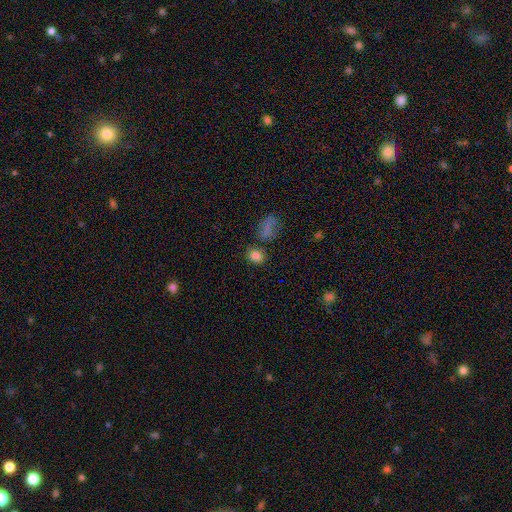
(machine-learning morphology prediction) A smooth galaxy with no disk features (83%) that is round (60%). Merging: none (75%).